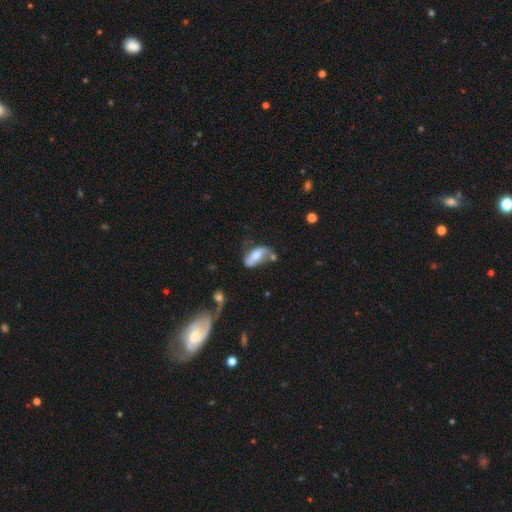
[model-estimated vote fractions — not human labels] Smooth or featured? Predicted: featured or disk (p=0.49). Merging? Predicted: none (p=0.44).